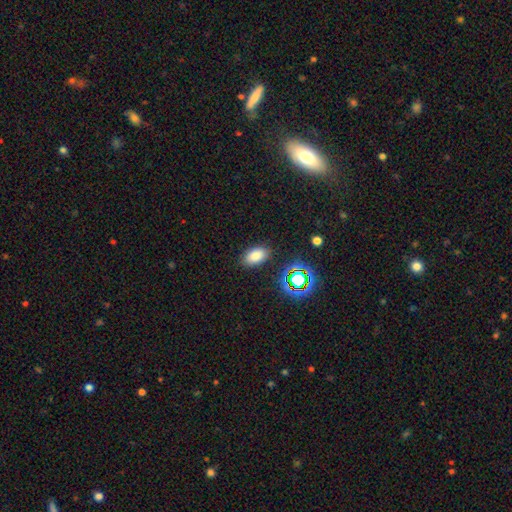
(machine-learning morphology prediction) type=smooth (78%); roundness=in between (91%); merging=none (85%).